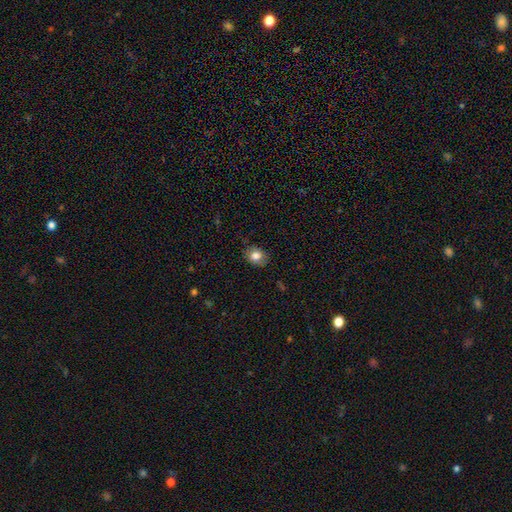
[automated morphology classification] Overall: smooth (81%). How rounded: round (51%; in between 48%). Merging: none (81%).